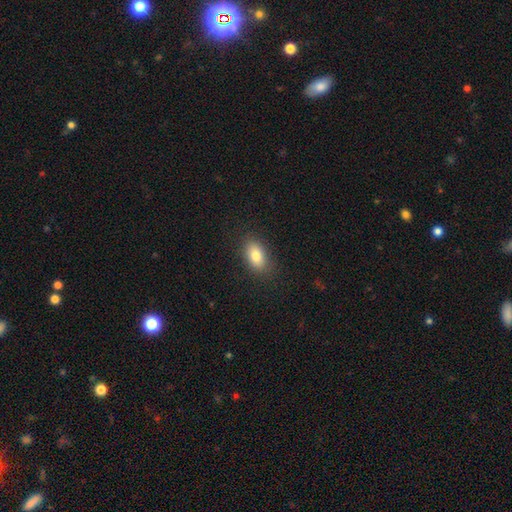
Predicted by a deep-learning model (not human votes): Morphology: type=smooth (81%); roundness=in between (88%); merging=none (86%).